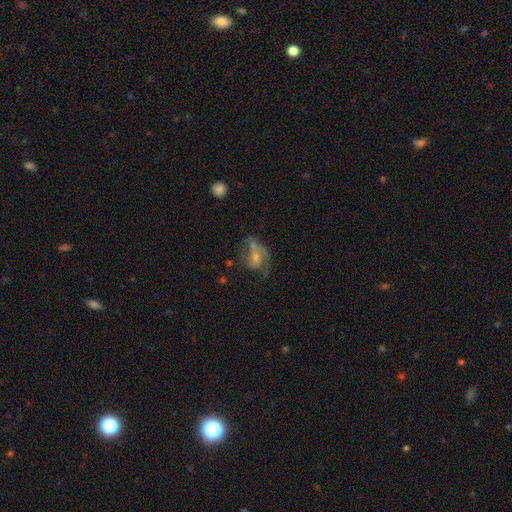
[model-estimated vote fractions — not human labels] Smooth or featured?
  - featured or disk: 73% *
  - smooth: 19%
  - star or artifact: 8%
Edge-on disk?
  - no: 97% *
  - yes: 3%
Bar?
  - no: 55% *
  - weak: 37%
  - strong: 8%
Spiral arms?
  - yes: 87% *
  - no: 13%
Spiral winding?
  - medium: 48% *
  - loose: 32%
  - tight: 21%
Spiral arm count?
  - 2: 62% *
  - 1: 20%
  - can't tell: 11%
  - 3: 4%
  - 4: 2%
  - more than 4: 1%
Bulge size?
  - small: 51% *
  - moderate: 36%
  - none: 8%
  - large: 4%
  - dominant: 1%
Merging?
  - none: 44% *
  - major disturbance: 27%
  - minor disturbance: 21%
  - merger: 8%